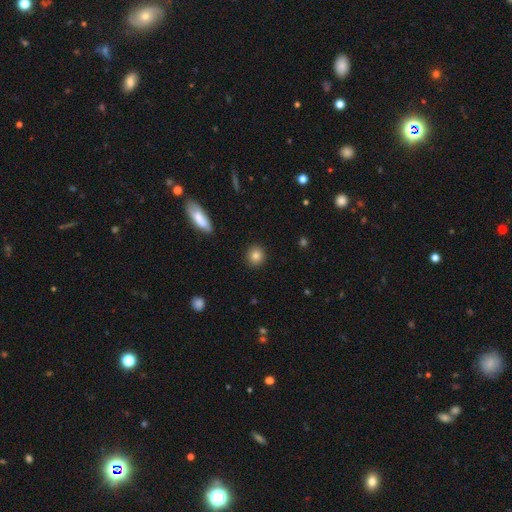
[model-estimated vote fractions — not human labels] Smooth or featured: smooth — 84% (star or artifact — 9%)
How rounded: round — 87% (in between — 12%)
Merging: none — 91% (minor disturbance — 6%)